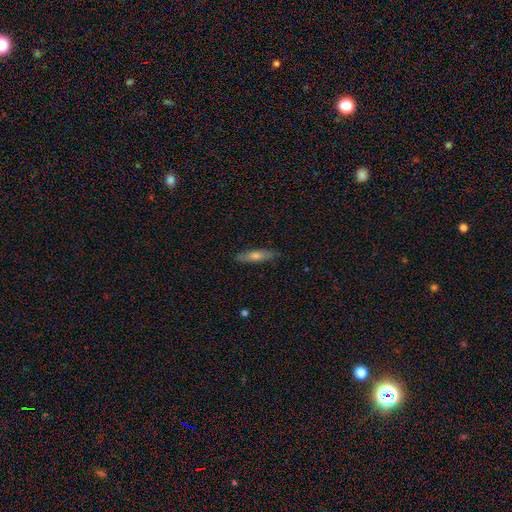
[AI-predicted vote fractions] Smooth or featured: smooth — 54% (featured or disk — 39%)
How rounded: cigar-shaped — 83% (in between — 15%)
Merging: none — 88% (minor disturbance — 10%)